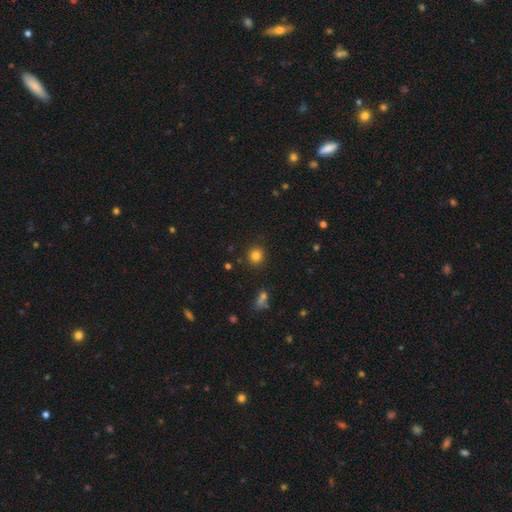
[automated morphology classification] Overall: smooth (82%). How rounded: round (89%). Merging: none (88%).